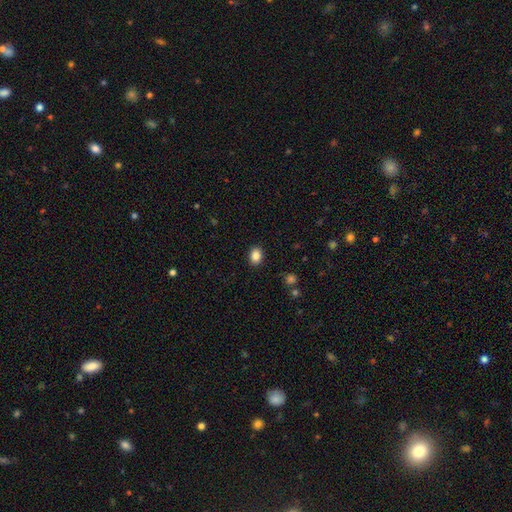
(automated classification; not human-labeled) Overall: smooth (86%). How rounded: in between (64%; round 35%). Merging: none (90%).